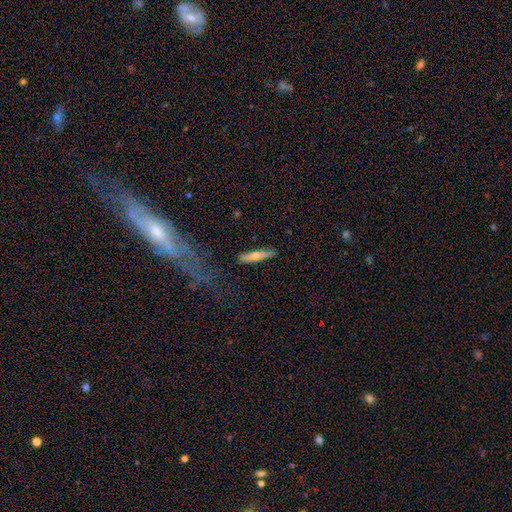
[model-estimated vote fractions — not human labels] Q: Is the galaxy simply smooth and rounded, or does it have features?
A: smooth — 58%.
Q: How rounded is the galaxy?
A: cigar-shaped — 81%.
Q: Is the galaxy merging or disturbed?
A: none — 84%.